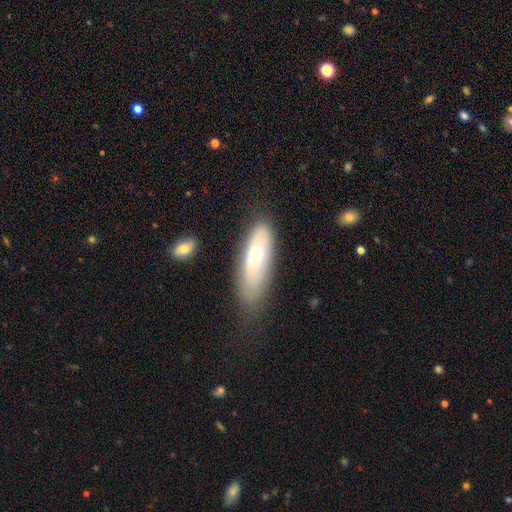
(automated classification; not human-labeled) smooth-or-featured: smooth: 61% | featured or disk: 32% | star or artifact: 7%
  how-rounded: in between: 62% | cigar-shaped: 36% | round: 2%
  merging: none: 63% | minor disturbance: 25% | major disturbance: 9% | merger: 3%